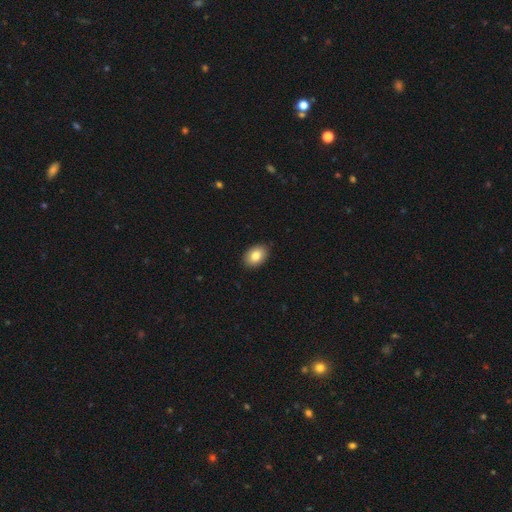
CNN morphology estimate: Q: Smooth or featured?
A: smooth (84%); runner-up: featured or disk (9%)
Q: How rounded?
A: in between (81%); runner-up: round (18%)
Q: Merging?
A: none (89%); runner-up: minor disturbance (8%)